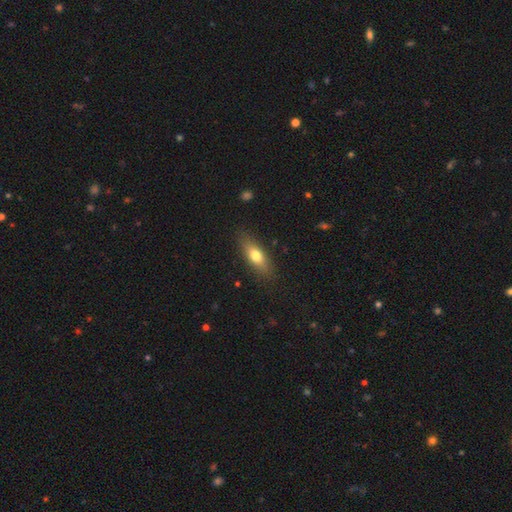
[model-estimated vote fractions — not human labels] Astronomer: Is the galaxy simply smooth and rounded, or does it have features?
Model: smooth — 69%.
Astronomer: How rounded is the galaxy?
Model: in between — 63%.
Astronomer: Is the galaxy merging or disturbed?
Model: none — 85%.